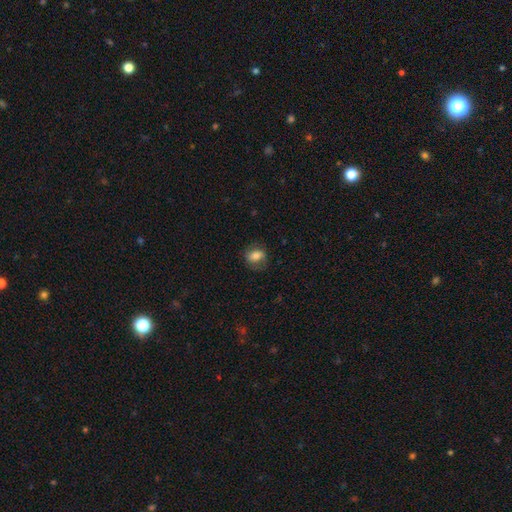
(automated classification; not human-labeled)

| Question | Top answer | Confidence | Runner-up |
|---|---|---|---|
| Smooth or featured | smooth | 73% | featured or disk (18%) |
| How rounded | in between | 61% | round (37%) |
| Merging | none | 72% | minor disturbance (19%) |